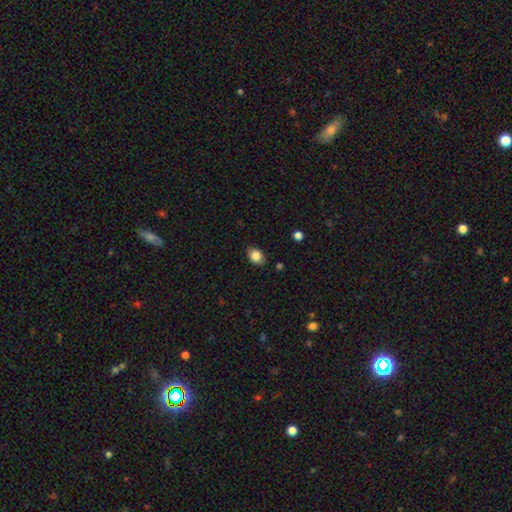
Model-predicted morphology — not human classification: Smooth or featured?
  - smooth: 85% *
  - star or artifact: 9%
  - featured or disk: 6%
How rounded?
  - in between: 75% *
  - round: 24%
  - cigar-shaped: 1%
Merging?
  - none: 85% *
  - minor disturbance: 12%
  - major disturbance: 2%
  - merger: 1%